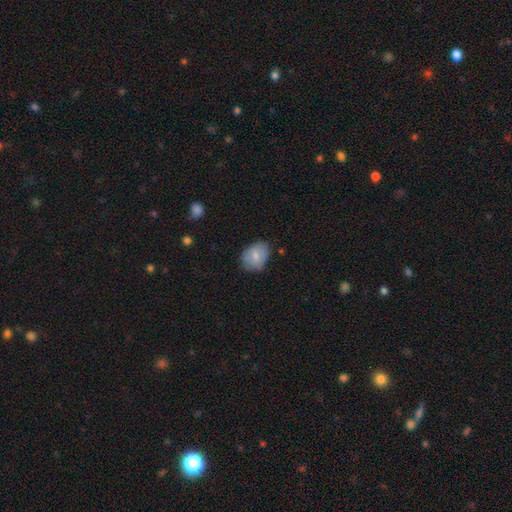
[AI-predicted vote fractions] Smooth or featured: smooth — 75% (featured or disk — 18%)
How rounded: in between — 65% (round — 34%)
Merging: none — 70% (minor disturbance — 24%)